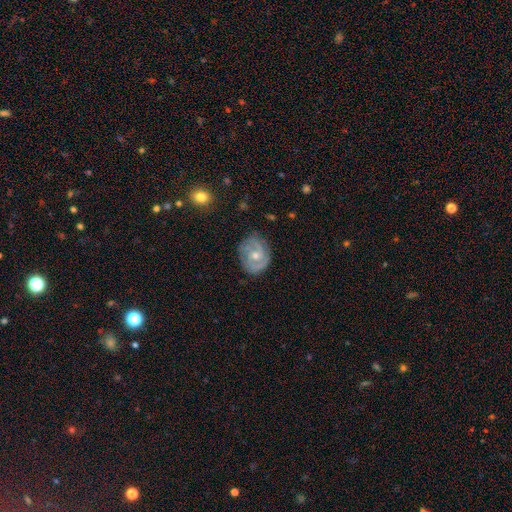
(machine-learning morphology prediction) smooth-or-featured: featured or disk: 77% | smooth: 18% | star or artifact: 6%
  disk-edge-on: no: 97% | yes: 3%
    bar: no: 62% | weak: 33% | strong: 5%
    has-spiral-arms: yes: 92% | no: 8%
      spiral-winding: tight: 51% | medium: 38% | loose: 10%
      spiral-arm-count: 2: 61% | can't tell: 16% | 3: 14% | 1: 4% | 4: 3% | more than 4: 2%
    bulge-size: moderate: 56% | small: 40% | large: 2% | none: 2% | dominant: 1%
  merging: none: 75% | minor disturbance: 19% | major disturbance: 5% | merger: 1%